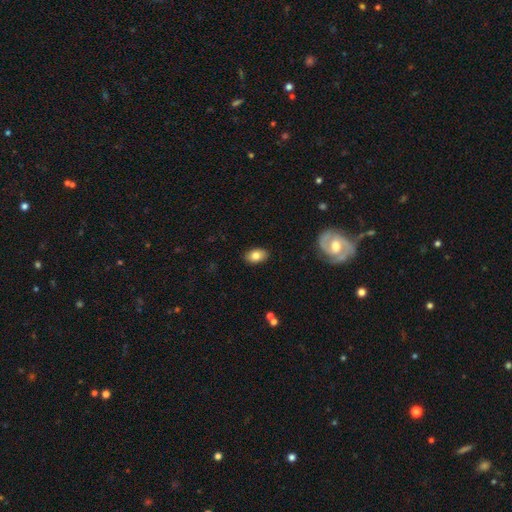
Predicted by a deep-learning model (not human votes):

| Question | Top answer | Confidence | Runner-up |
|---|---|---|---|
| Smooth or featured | smooth | 81% | featured or disk (11%) |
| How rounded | in between | 88% | round (10%) |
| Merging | none | 88% | minor disturbance (9%) |